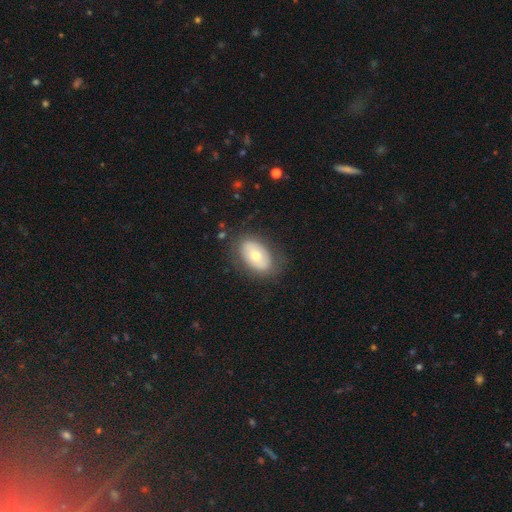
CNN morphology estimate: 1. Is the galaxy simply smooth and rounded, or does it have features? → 60% smooth, 33% featured or disk, 7% star or artifact.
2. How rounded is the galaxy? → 89% in between, 10% round, 1% cigar-shaped.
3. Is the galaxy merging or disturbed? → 78% none, 15% minor disturbance, 6% major disturbance, 1% merger.